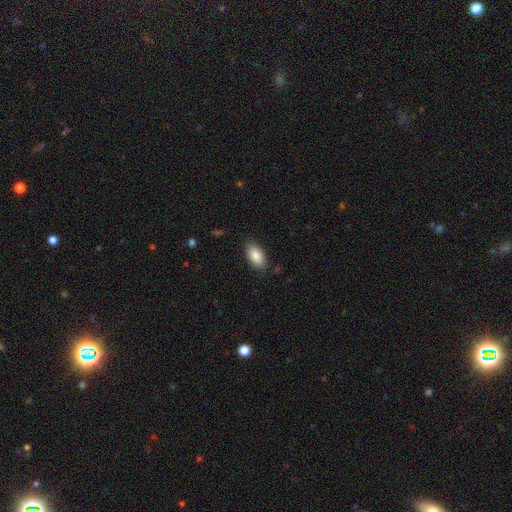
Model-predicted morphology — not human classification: This is clearly a smooth galaxy (88%). How rounded: clearly in between (94%). Merging: clearly none (85%).